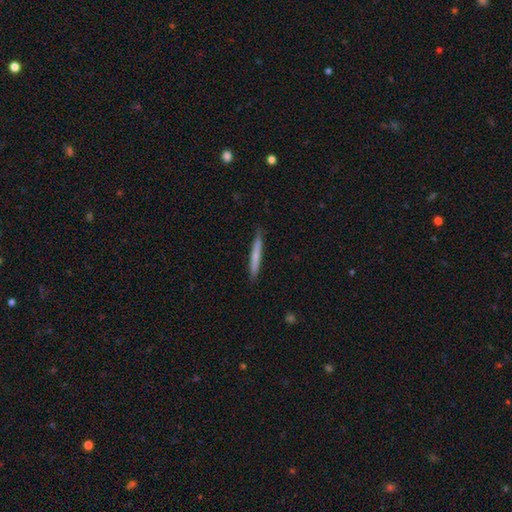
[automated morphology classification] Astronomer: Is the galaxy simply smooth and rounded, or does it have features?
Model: smooth — 66%.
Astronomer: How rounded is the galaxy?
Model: cigar-shaped — 96%.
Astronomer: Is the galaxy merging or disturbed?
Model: none — 87%.